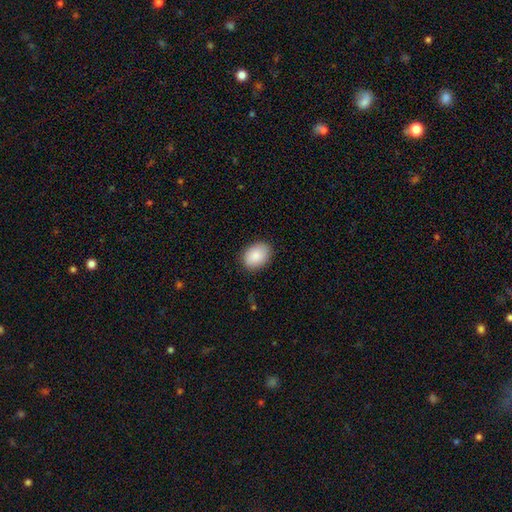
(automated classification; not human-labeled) Overall: smooth (88%). How rounded: in between (75%). Merging: none (86%).